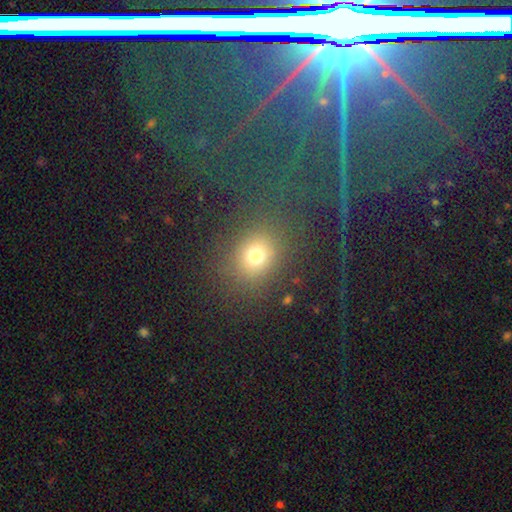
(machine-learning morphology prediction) type=smooth (72%); roundness=round (67%); merging=none (77%).